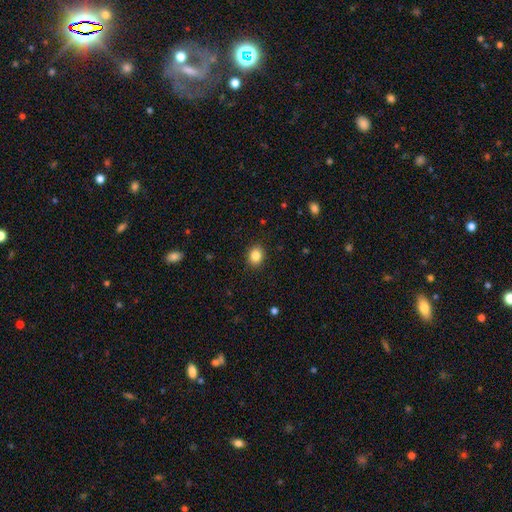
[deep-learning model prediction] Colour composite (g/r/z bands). It shows a smooth galaxy with no disk features (85%) that is round (65%). Merging: none (91%).